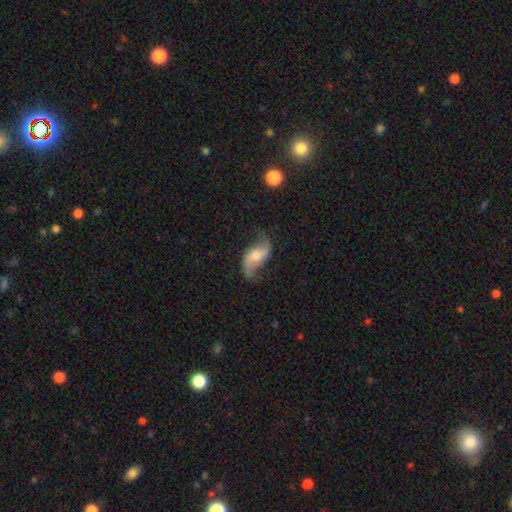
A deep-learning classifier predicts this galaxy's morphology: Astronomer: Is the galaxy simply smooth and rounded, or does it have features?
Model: featured or disk — 81%.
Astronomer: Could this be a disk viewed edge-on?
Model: no — 96%.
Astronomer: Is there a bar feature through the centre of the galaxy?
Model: no — 44% (runner-up: weak, 39%).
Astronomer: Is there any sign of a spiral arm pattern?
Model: yes — 94%.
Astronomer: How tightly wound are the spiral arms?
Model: loose — 81%.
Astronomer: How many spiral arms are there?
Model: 2 — 92%.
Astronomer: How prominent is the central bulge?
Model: moderate — 59%.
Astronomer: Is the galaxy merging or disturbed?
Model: none — 70%.